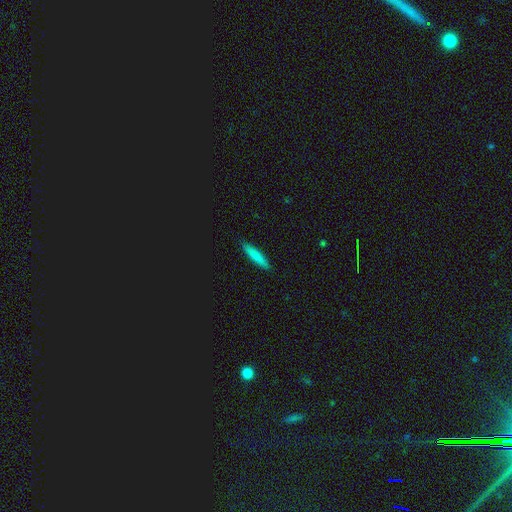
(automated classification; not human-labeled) Smooth or featured? smooth (81%)
How rounded? cigar-shaped (89%)
Merging? none (91%)